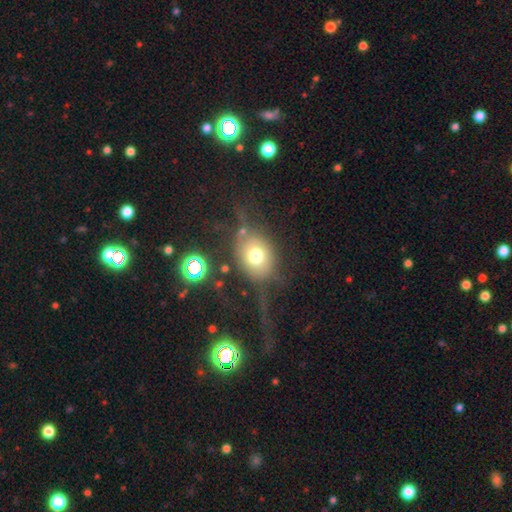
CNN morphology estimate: Overall: smooth (60%; featured or disk 27%). How rounded: round (50%; in between 48%). Merging: none (46%; major disturbance 32%).